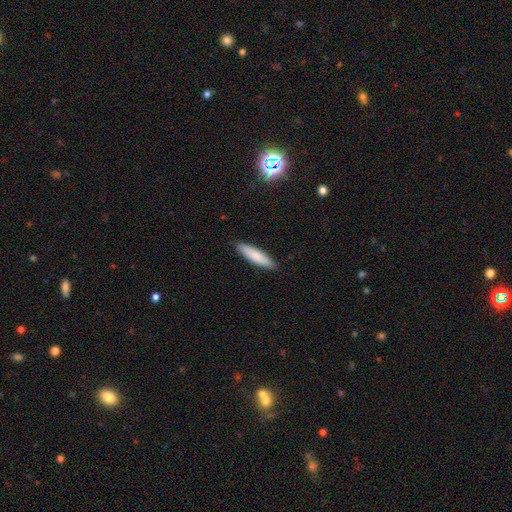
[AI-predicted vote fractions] Overall: smooth (84%). How rounded: cigar-shaped (69%; in between 30%). Merging: none (89%).